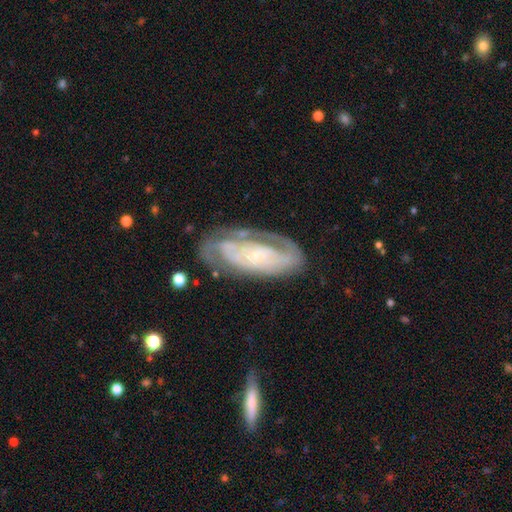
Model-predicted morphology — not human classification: Smooth or featured: featured or disk — 79% (smooth — 16%)
Edge-on disk: no — 93% (yes — 7%)
Bar: no — 76% (weak — 17%)
Spiral arms: yes — 85% (no — 15%)
Spiral winding: tight — 65% (medium — 25%)
Spiral arm count: can't tell — 42% (2 — 32%)
Bulge size: small — 82% (moderate — 12%)
Merging: none — 62% (minor disturbance — 22%)